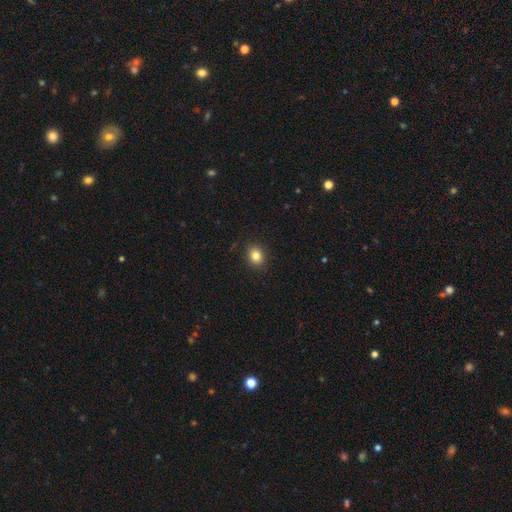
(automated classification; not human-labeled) Smooth or featured: smooth — 84% (star or artifact — 10%)
How rounded: round — 55% (in between — 44%)
Merging: none — 89% (minor disturbance — 8%)